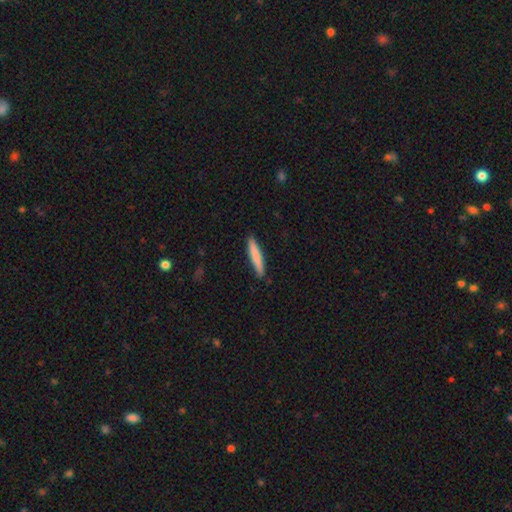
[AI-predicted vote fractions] smooth_or_featured: smooth (p=0.78) [alt: featured or disk p=0.17]
how_rounded: cigar-shaped (p=0.94) [alt: in between p=0.05]
merging: none (p=0.89) [alt: minor disturbance p=0.08]